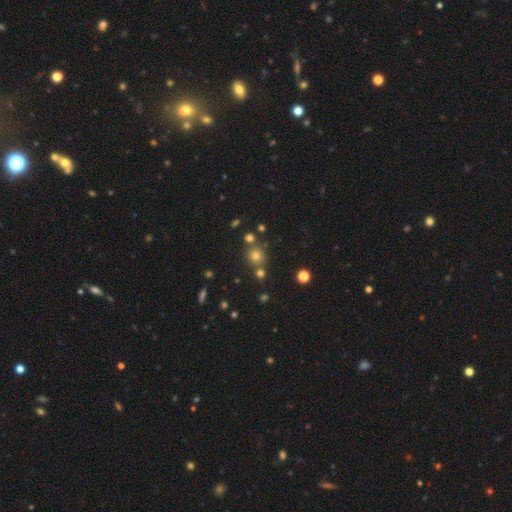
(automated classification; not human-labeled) Q: Smooth or featured?
A: smooth (66%); runner-up: star or artifact (26%)
Q: How rounded?
A: round (89%); runner-up: in between (10%)
Q: Merging?
A: none (74%); runner-up: merger (14%)